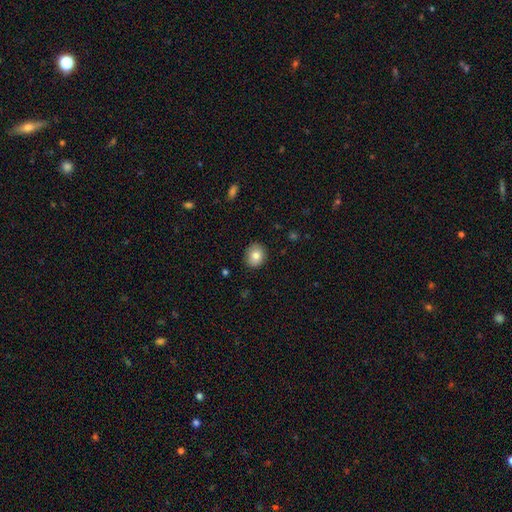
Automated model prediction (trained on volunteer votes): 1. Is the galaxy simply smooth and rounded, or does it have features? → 82% smooth, 10% featured or disk, 8% star or artifact.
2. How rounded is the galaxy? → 72% round, 27% in between, 1% cigar-shaped.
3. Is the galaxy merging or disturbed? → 89% none, 9% minor disturbance, 2% major disturbance, 1% merger.